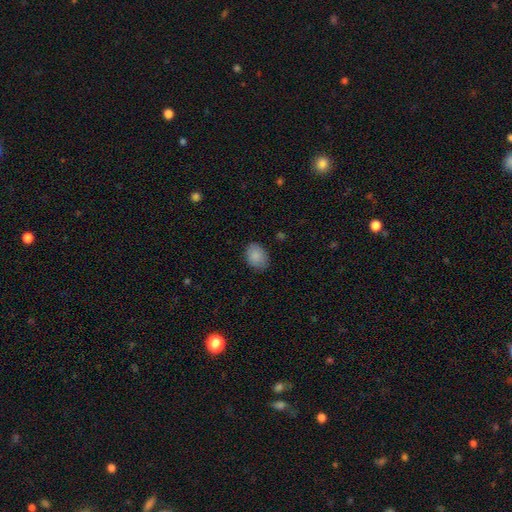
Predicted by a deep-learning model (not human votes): Morphology: type=smooth (87%); roundness=in between (72%); merging=none (81%).